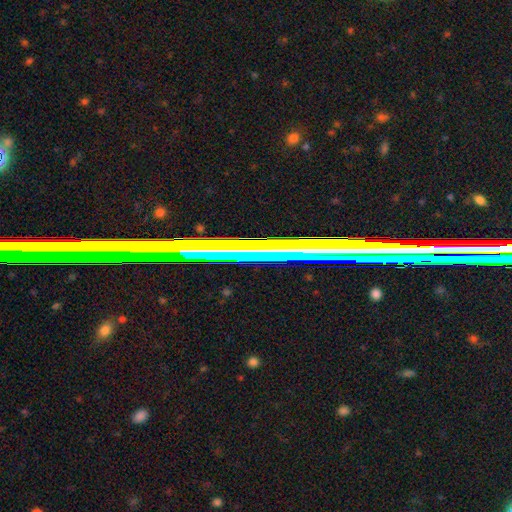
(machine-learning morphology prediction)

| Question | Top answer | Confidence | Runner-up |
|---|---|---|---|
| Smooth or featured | star or artifact | 55% | featured or disk (28%) |